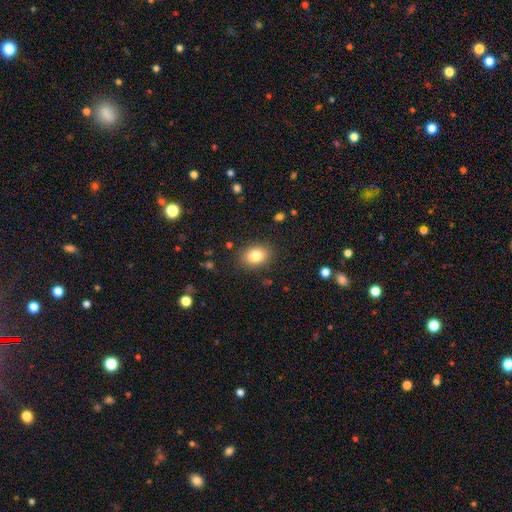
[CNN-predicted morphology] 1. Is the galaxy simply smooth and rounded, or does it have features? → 82% smooth, 9% star or artifact, 9% featured or disk.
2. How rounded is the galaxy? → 69% in between, 29% round, 1% cigar-shaped.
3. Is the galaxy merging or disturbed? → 86% none, 10% minor disturbance, 3% major disturbance, 1% merger.